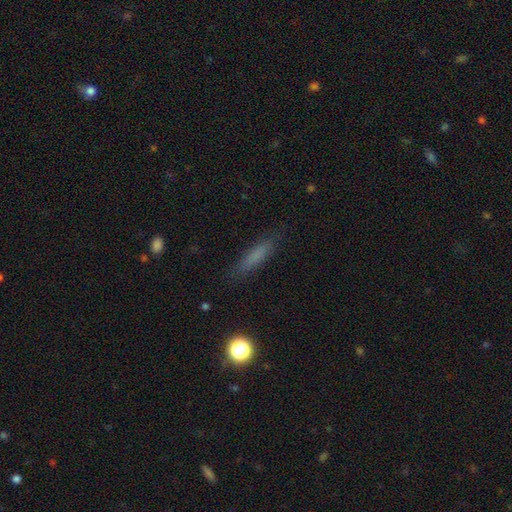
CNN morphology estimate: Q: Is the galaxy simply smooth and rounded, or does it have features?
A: smooth — 71%.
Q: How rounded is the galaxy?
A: cigar-shaped — 82%.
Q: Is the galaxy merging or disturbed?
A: none — 84%.